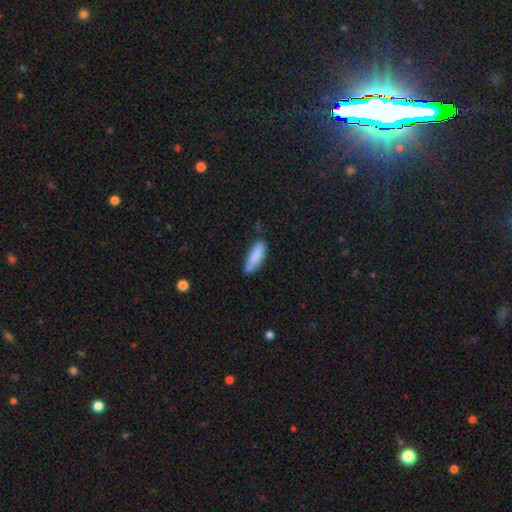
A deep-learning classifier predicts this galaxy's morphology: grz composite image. It shows a smooth galaxy with no disk features (85%) that is cigar-shaped (50%). Merging: none (61%).